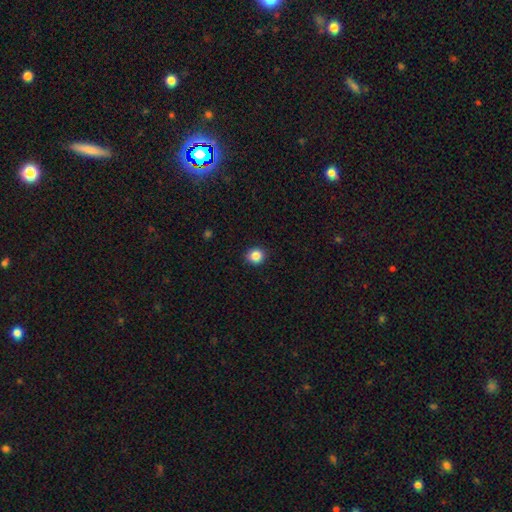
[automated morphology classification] Smooth or featured? smooth (86%)
How rounded? round (90%)
Merging? none (92%)